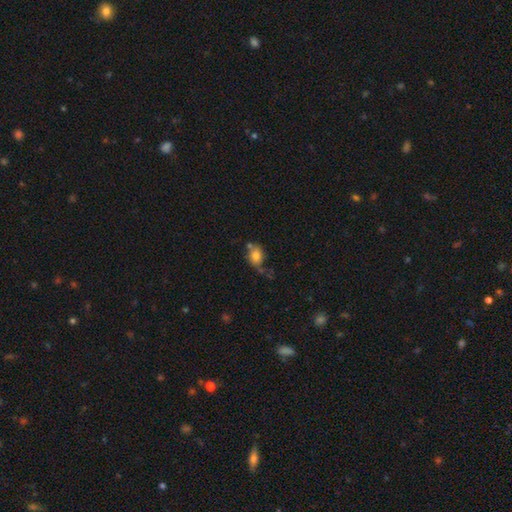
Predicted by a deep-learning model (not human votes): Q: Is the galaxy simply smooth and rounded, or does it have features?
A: smooth — 74%.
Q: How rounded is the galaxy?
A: in between — 63%.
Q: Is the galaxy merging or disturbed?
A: none — 51%.